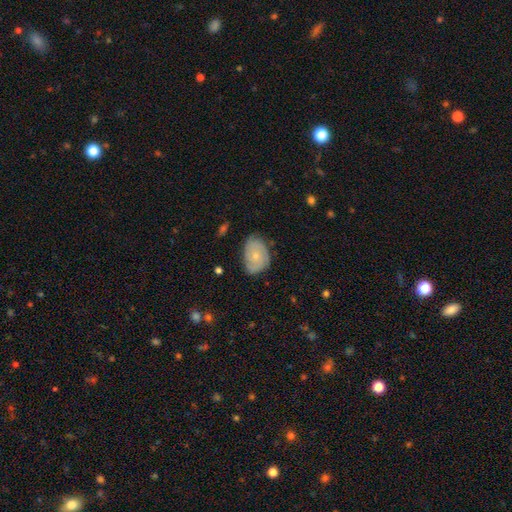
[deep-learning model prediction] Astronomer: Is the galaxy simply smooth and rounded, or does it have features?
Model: featured or disk — 48% (runner-up: smooth, 45%).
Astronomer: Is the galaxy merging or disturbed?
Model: none — 66%.